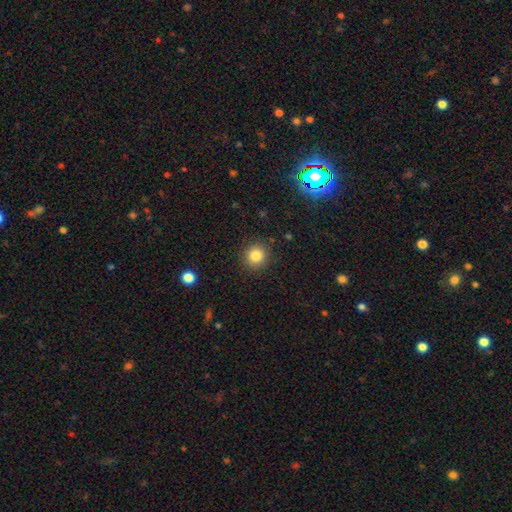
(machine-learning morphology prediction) smooth 83%, star or artifact 12%, featured or disk 6%. Down the decision tree: how rounded — round (90%); merging — none (90%).